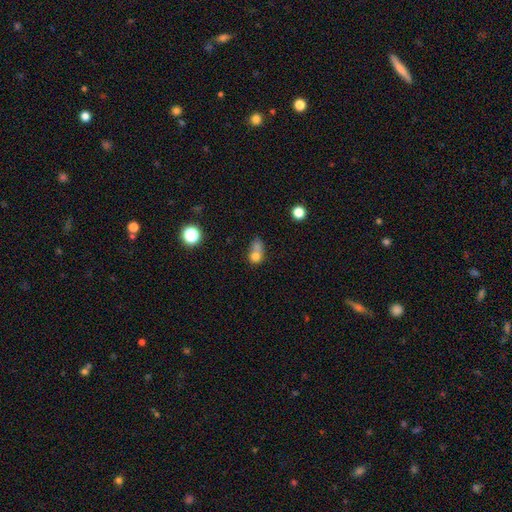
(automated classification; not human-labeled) Morphology: type=smooth (71%); roundness=round (62%); merging=merger (51%).